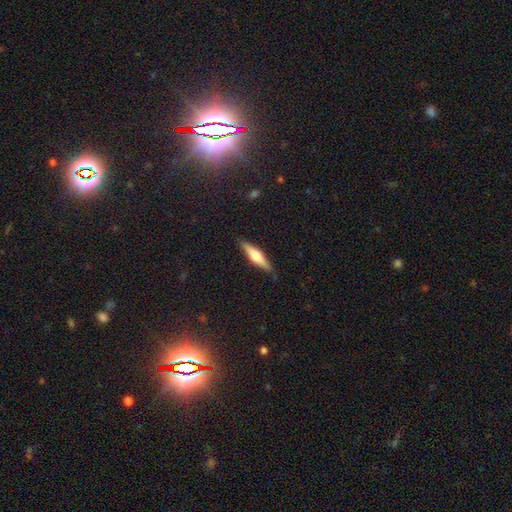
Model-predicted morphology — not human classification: Smooth or featured?
  - featured or disk: 53% *
  - smooth: 41%
  - star or artifact: 6%
Edge-on disk?
  - yes: 95% *
  - no: 5%
Edge-on bulge?
  - rounded: 88% *
  - boxy: 8%
  - none: 4%
Merging?
  - none: 88% *
  - minor disturbance: 9%
  - major disturbance: 2%
  - merger: 1%